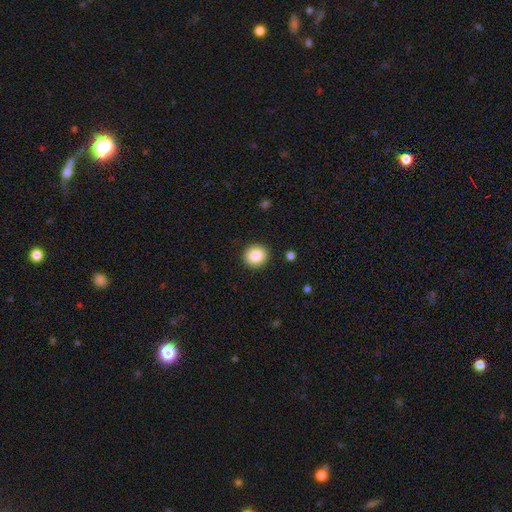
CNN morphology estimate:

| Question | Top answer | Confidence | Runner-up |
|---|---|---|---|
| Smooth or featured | smooth | 87% | star or artifact (9%) |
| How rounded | round | 88% | in between (11%) |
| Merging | none | 91% | minor disturbance (6%) |